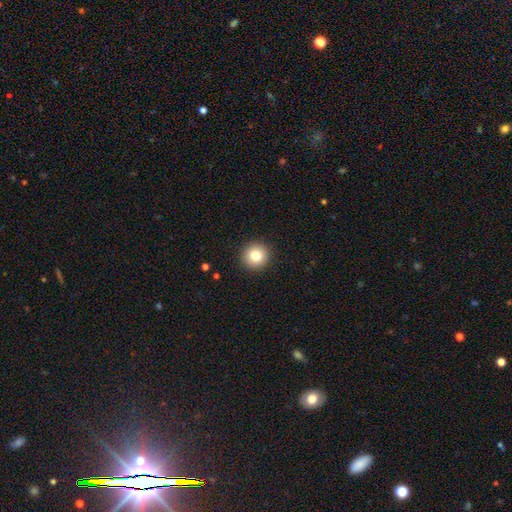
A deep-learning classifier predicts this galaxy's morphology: A smooth galaxy with no disk features (81%) that is round (95%).

Vote fractions:
- Smooth or featured? smooth: 81% / star or artifact: 11% / featured or disk: 9%
- How rounded? round: 95% / in between: 4% / cigar-shaped: 1%
- Merging? none: 93% / minor disturbance: 5% / major disturbance: 2% / merger: 1%